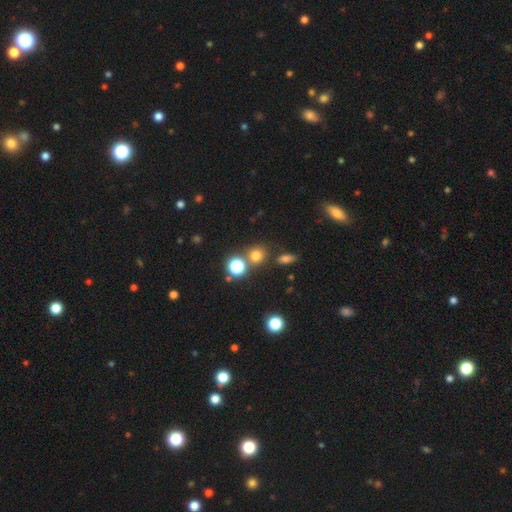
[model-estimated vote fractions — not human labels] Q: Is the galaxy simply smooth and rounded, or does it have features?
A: smooth — 71%.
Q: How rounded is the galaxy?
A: round — 85%.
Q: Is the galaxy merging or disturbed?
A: none — 74%.